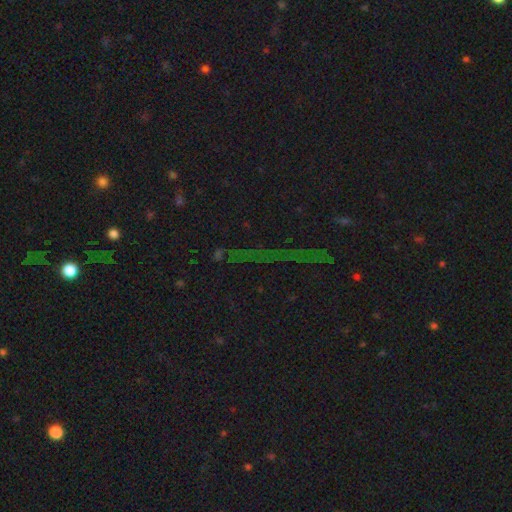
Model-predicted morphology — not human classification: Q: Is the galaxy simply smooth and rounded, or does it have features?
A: star or artifact — 77%.